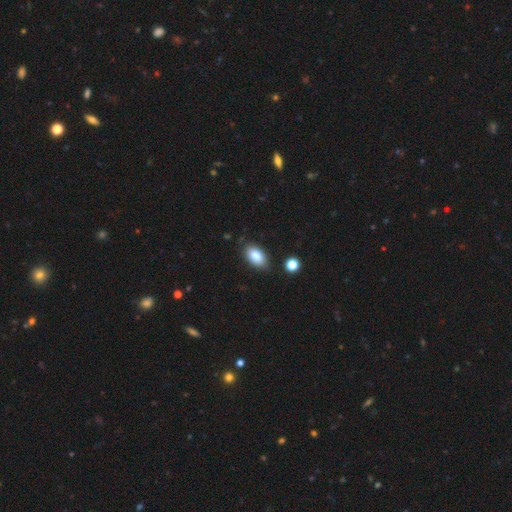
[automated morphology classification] A smooth galaxy with no disk features (85%) that is in between round and cigar-shaped (92%). Merging: none (82%).